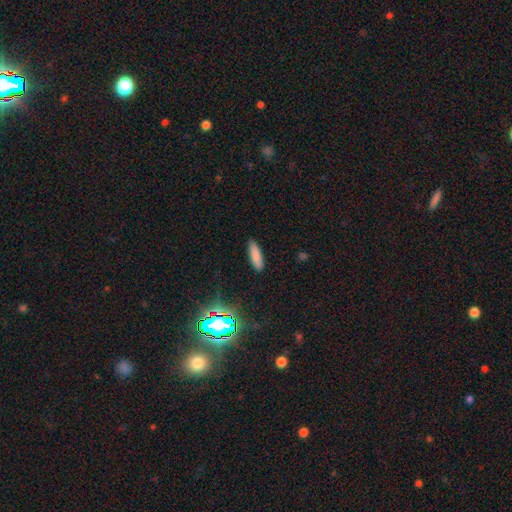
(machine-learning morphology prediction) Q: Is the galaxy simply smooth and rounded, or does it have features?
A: smooth — 81%.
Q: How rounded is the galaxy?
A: cigar-shaped — 60%.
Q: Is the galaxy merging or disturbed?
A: none — 88%.